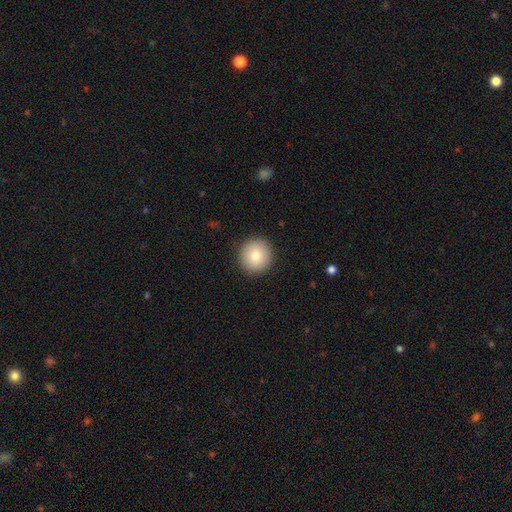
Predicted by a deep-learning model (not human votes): A smooth galaxy with no disk features (83%) that is round (95%).

Vote fractions:
- Smooth or featured? smooth: 83% / featured or disk: 9% / star or artifact: 8%
- How rounded? round: 95% / in between: 4% / cigar-shaped: 1%
- Merging? none: 92% / minor disturbance: 5% / major disturbance: 2% / merger: 1%